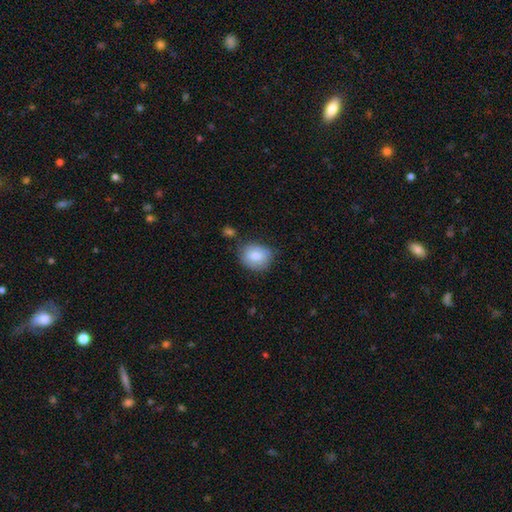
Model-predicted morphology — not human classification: This is likely a smooth galaxy (78%). How rounded: possibly round (59%). Merging: likely none (68%).